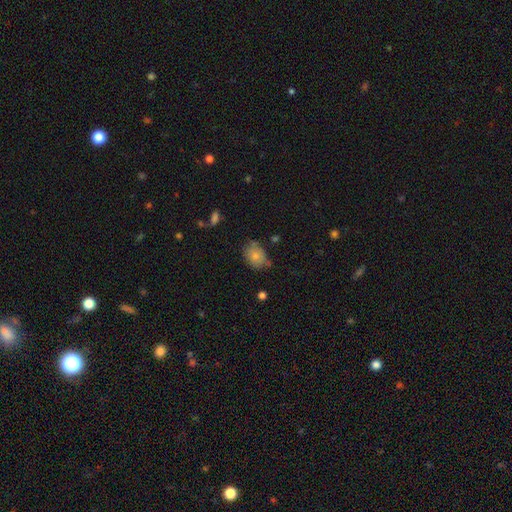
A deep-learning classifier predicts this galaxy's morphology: Q: Smooth or featured?
A: smooth (76%); runner-up: featured or disk (15%)
Q: How rounded?
A: in between (57%); runner-up: round (42%)
Q: Merging?
A: none (62%); runner-up: minor disturbance (26%)